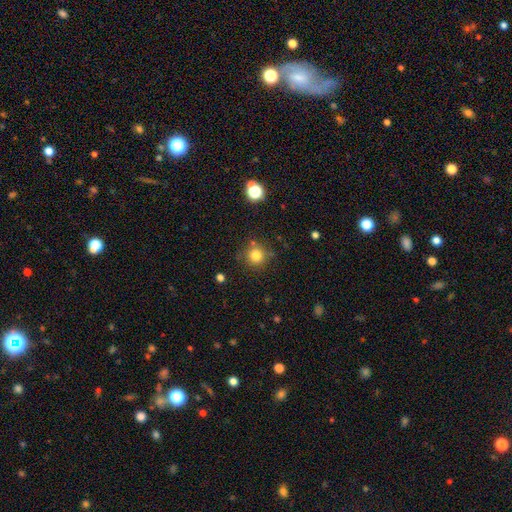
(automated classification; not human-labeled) A smooth galaxy with no disk features (80%) that is round (94%).

Vote fractions:
- Smooth or featured? smooth: 80% / star or artifact: 13% / featured or disk: 7%
- How rounded? round: 94% / in between: 5% / cigar-shaped: 1%
- Merging? none: 80% / minor disturbance: 11% / merger: 5% / major disturbance: 4%